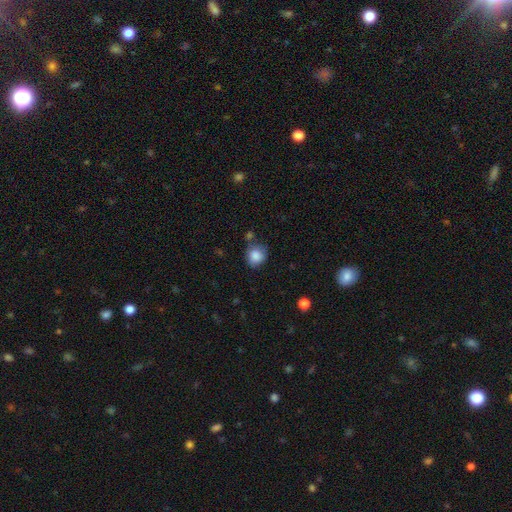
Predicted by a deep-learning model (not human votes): Overall: smooth (85%). How rounded: round (79%). Merging: none (65%).